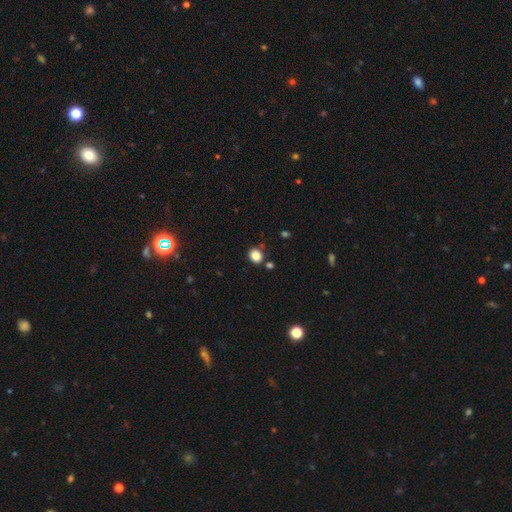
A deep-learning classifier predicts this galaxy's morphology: The model was most divided on "how rounded": round: 71%, in between: 28%, cigar-shaped: 1%. More confident: smooth or featured — smooth (85%); merging — none (80%).